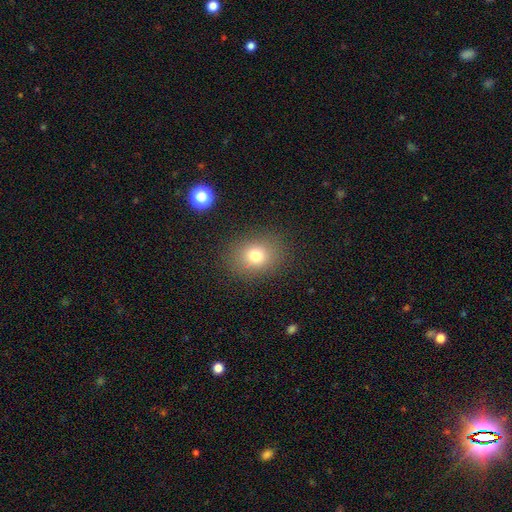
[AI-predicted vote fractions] smooth_or_featured: smooth (p=0.76) [alt: star or artifact p=0.14]
how_rounded: round (p=0.57) [alt: in between p=0.42]
merging: none (p=0.86) [alt: minor disturbance p=0.09]